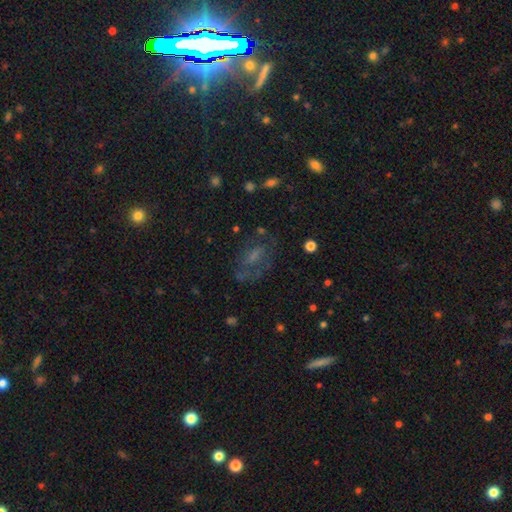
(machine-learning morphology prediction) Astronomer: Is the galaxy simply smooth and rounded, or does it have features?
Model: featured or disk — 44% (runner-up: smooth, 37%).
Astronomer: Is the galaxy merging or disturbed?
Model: none — 50% (runner-up: major disturbance, 26%).